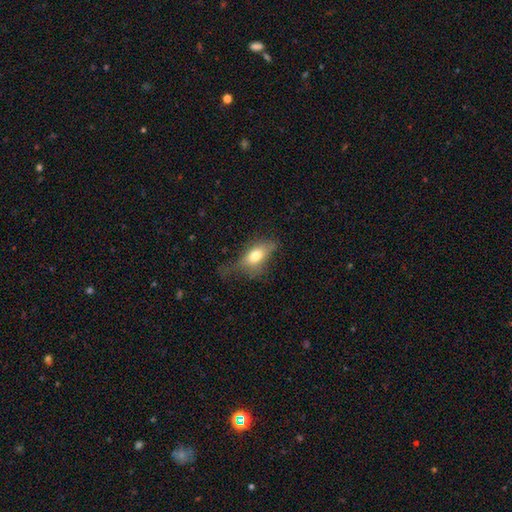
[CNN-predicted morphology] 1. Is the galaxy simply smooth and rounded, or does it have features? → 71% smooth, 20% featured or disk, 9% star or artifact.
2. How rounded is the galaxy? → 83% in between, 9% round, 8% cigar-shaped.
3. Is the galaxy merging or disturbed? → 34% none (tied), 34% minor disturbance (tied), 29% major disturbance, 3% merger.